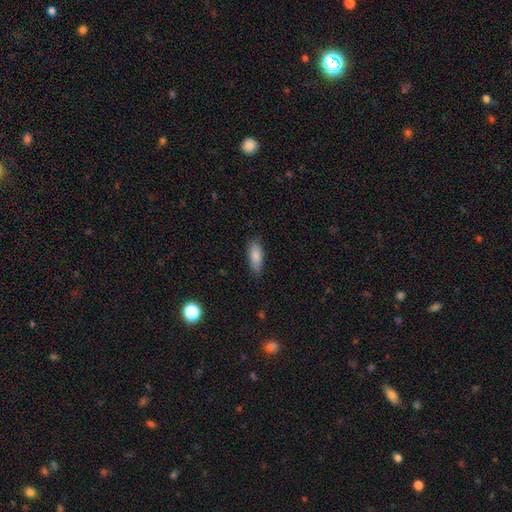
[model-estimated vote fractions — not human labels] Overall: smooth (87%). How rounded: in between (73%). Merging: none (82%).